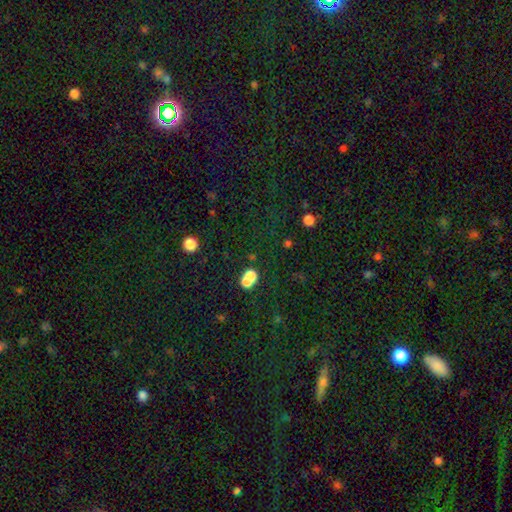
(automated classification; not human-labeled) A star or artifact, not a galaxy (65%).

Vote fractions:
- Smooth or featured? star or artifact: 65% / smooth: 26% / featured or disk: 9%